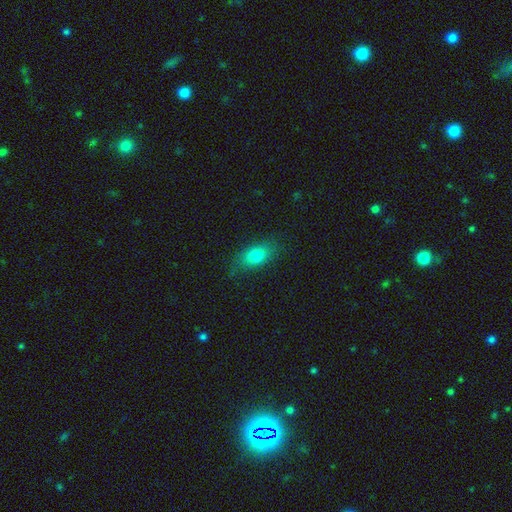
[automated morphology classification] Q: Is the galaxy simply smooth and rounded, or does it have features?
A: smooth — 79%.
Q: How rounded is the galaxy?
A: in between — 85%.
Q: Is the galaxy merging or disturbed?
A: none — 75%.